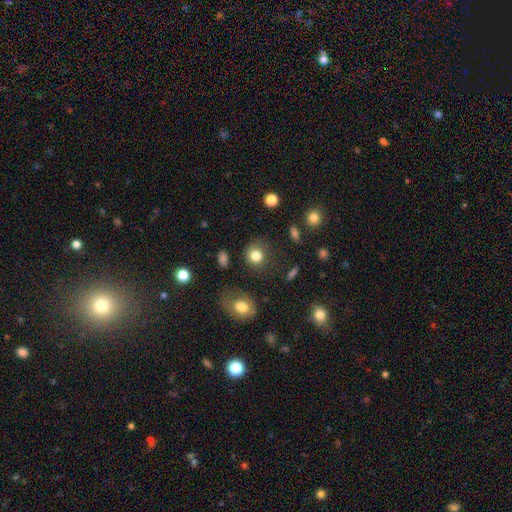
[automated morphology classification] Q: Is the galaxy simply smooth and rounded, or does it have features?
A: smooth — 82%.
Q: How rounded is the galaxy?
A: round — 84%.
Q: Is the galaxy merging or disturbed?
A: none — 76%.